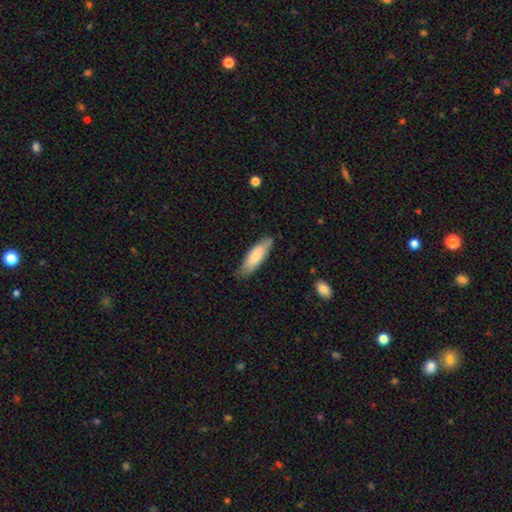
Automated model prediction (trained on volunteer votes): This is likely a smooth galaxy (76%). How rounded: possibly in between (54%). Merging: likely none (79%).